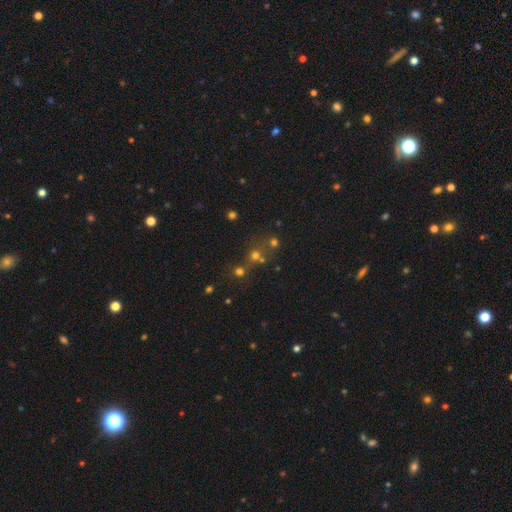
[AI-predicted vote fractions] Q: Smooth or featured?
A: smooth (50%); runner-up: star or artifact (36%)
Q: How rounded?
A: round (86%); runner-up: in between (12%)
Q: Merging?
A: none (54%); runner-up: merger (34%)